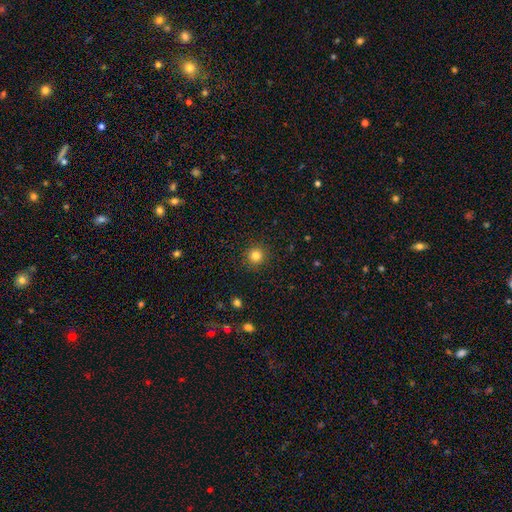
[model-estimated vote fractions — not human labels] Smooth or featured?
  - smooth: 83% *
  - star or artifact: 12%
  - featured or disk: 5%
How rounded?
  - round: 94% *
  - in between: 5%
  - cigar-shaped: 1%
Merging?
  - none: 91% *
  - minor disturbance: 6%
  - major disturbance: 2%
  - merger: 1%